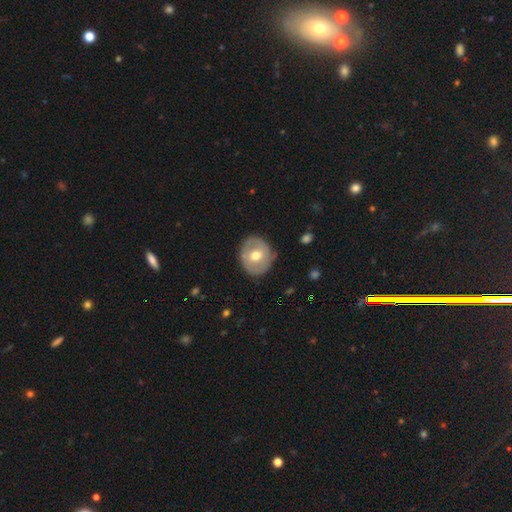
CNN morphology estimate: A smooth galaxy with no disk features (50%) that is round (75%).

Vote fractions:
- Smooth or featured? smooth: 50% / featured or disk: 44% / star or artifact: 6%
- How rounded? round: 75% / in between: 24% / cigar-shaped: 1%
- Merging? none: 79% / minor disturbance: 16% / major disturbance: 4% / merger: 1%